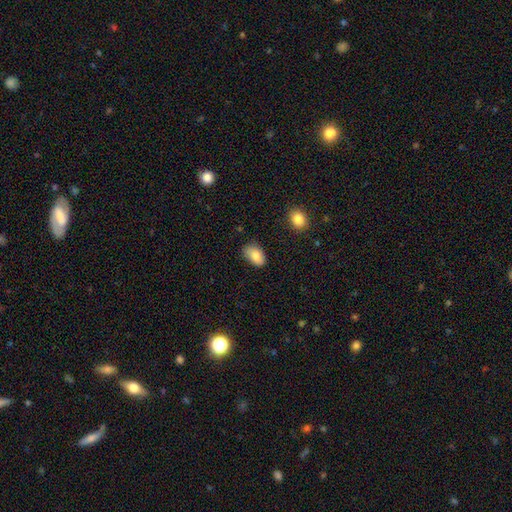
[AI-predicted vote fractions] Smooth or featured?
  - smooth: 83% *
  - featured or disk: 10%
  - star or artifact: 7%
How rounded?
  - in between: 91% *
  - round: 8%
  - cigar-shaped: 1%
Merging?
  - none: 75% *
  - minor disturbance: 20%
  - major disturbance: 3%
  - merger: 2%